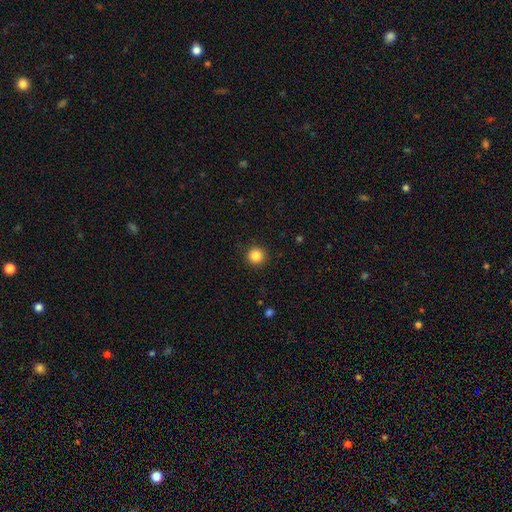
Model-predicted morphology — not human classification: Overall: smooth (85%). How rounded: round (95%). Merging: none (92%).